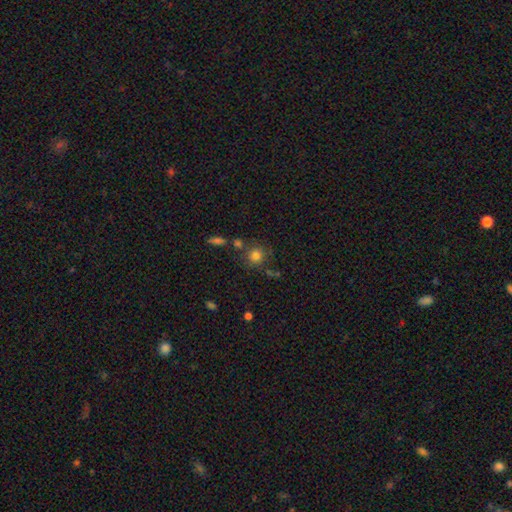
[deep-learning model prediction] Morphology: type=smooth (80%); roundness=round (88%); merging=none (70%).